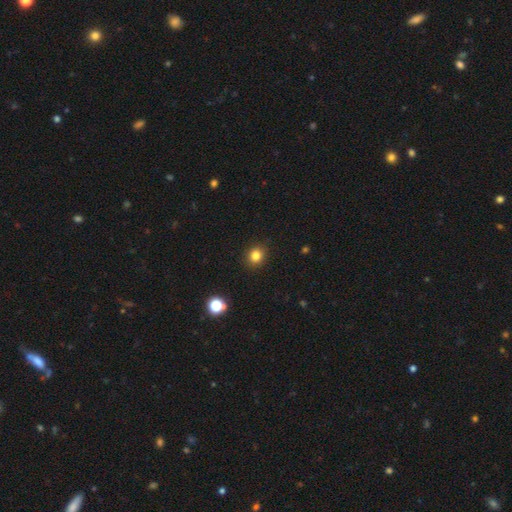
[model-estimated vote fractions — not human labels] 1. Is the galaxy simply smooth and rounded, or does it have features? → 82% smooth, 13% star or artifact, 5% featured or disk.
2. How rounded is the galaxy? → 77% round, 22% in between, 1% cigar-shaped.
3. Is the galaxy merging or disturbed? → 91% none, 6% minor disturbance, 2% major disturbance, 1% merger.